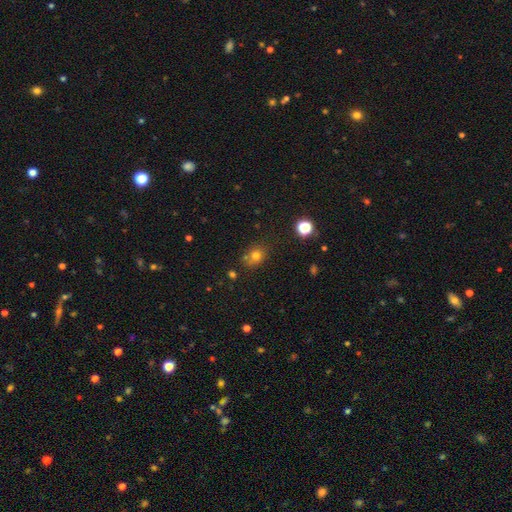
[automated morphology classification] type=smooth (74%); roundness=round (67%); merging=none (68%).